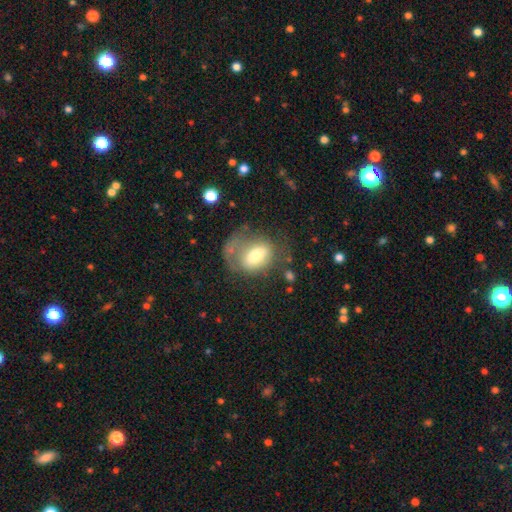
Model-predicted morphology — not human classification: type=smooth (59%); roundness=in between (62%); merging=none (38%).